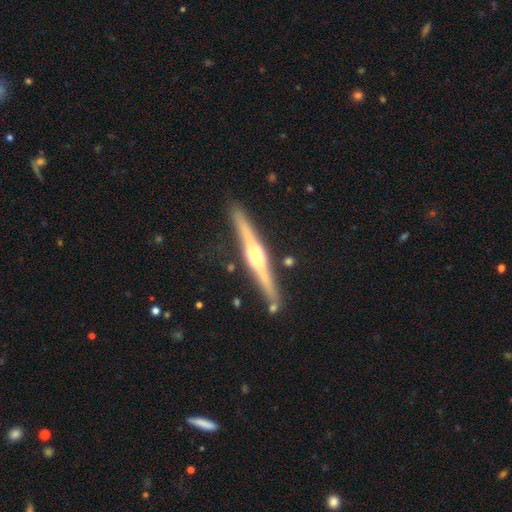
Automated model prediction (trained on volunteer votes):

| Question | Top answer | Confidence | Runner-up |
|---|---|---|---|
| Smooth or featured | featured or disk | 79% | smooth (15%) |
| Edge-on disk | yes | 98% | no (2%) |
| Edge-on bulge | rounded | 84% | boxy (11%) |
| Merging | none | 84% | minor disturbance (10%) |